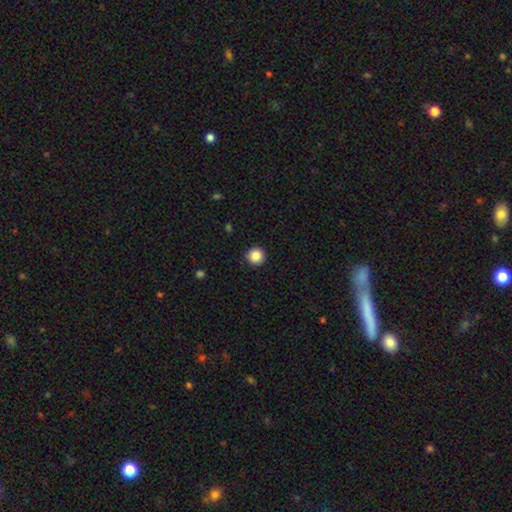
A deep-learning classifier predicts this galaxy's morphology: type=smooth (86%); roundness=round (96%); merging=none (93%).